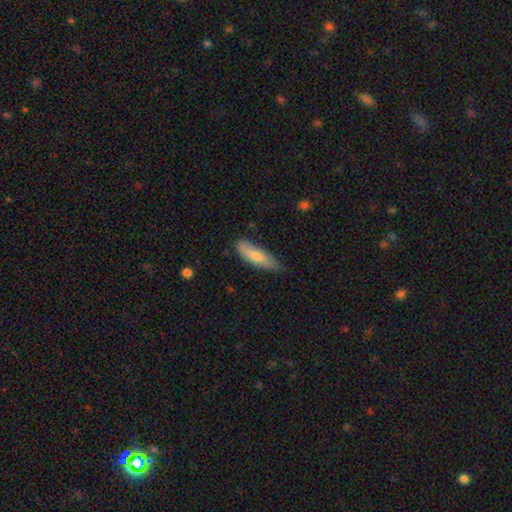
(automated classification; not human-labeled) Smooth or featured? smooth (73%)
How rounded? cigar-shaped (51%)
Merging? none (68%)